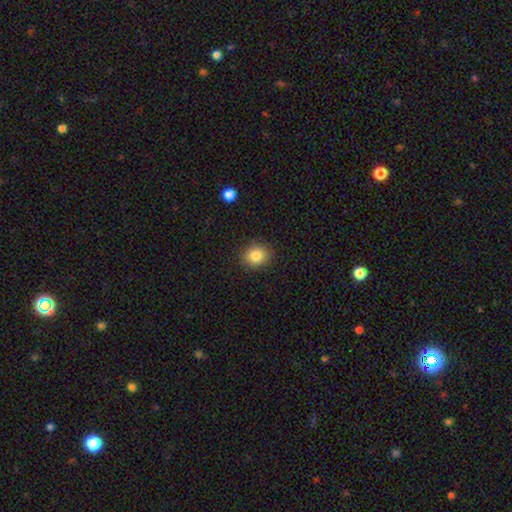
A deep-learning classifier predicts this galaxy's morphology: type=smooth (84%); roundness=round (74%); merging=none (88%).